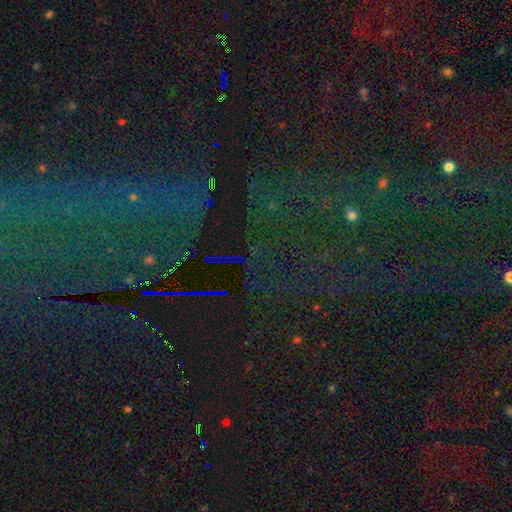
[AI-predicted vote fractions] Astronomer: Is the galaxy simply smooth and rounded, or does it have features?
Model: star or artifact — 85%.